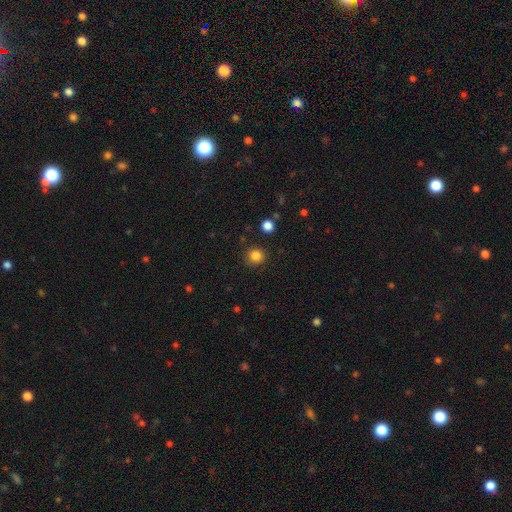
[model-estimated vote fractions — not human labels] Morphology: type=smooth (85%); roundness=round (91%); merging=none (89%).